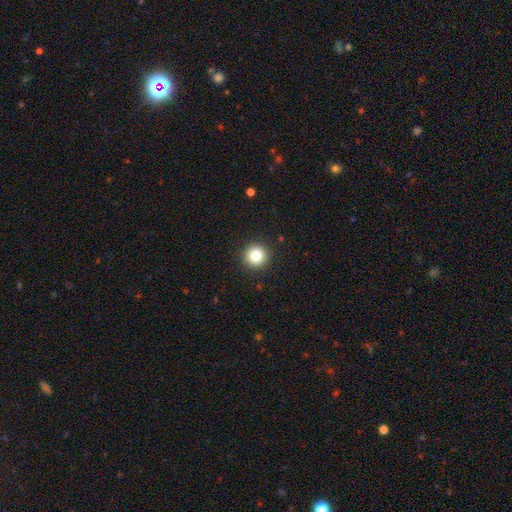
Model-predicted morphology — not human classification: smooth 85%, star or artifact 10%, featured or disk 5%. Down the decision tree: how rounded — round (95%); merging — none (92%).